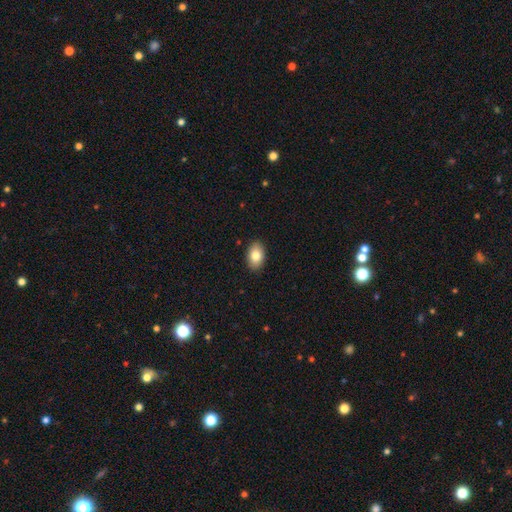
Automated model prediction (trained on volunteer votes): smooth-or-featured: smooth: 82% | featured or disk: 11% | star or artifact: 8%
  how-rounded: in between: 89% | round: 10% | cigar-shaped: 1%
  merging: none: 90% | minor disturbance: 8% | major disturbance: 2% | merger: 1%